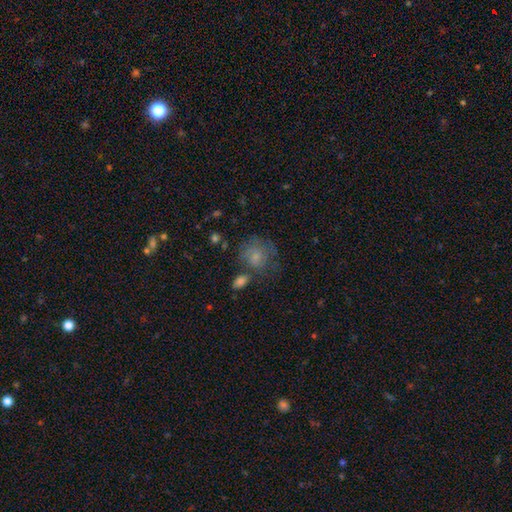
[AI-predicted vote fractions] Q: Smooth or featured?
A: smooth (70%); runner-up: featured or disk (21%)
Q: How rounded?
A: round (72%); runner-up: in between (27%)
Q: Merging?
A: none (45%); runner-up: minor disturbance (24%)